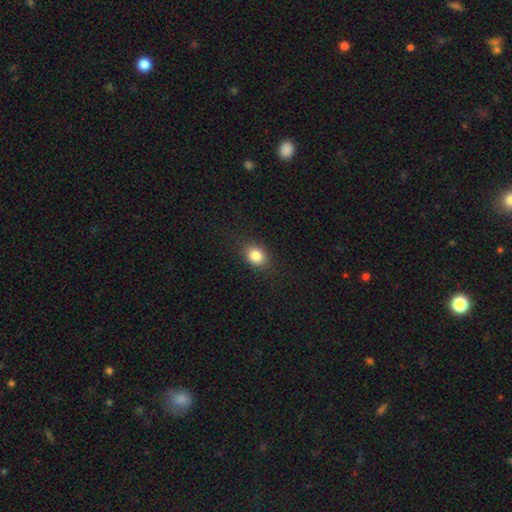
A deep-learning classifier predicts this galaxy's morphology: Smooth or featured: smooth — 84% (star or artifact — 10%)
How rounded: in between — 51% (round — 48%)
Merging: none — 83% (minor disturbance — 12%)